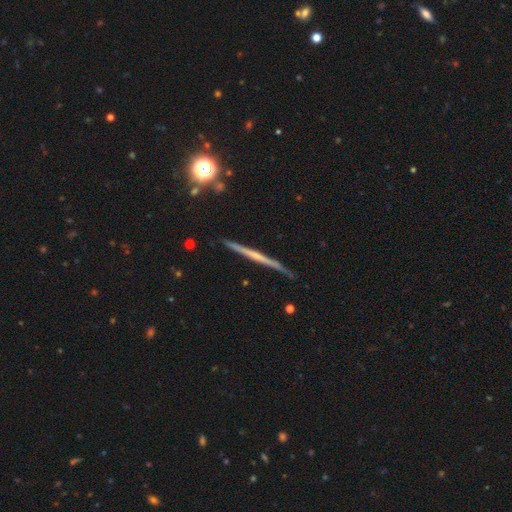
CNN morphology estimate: Smooth or featured? Predicted: featured or disk (p=0.69). Edge-on disk? Predicted: yes (p=0.98). Edge-on bulge? Predicted: none (p=0.65). Merging? Predicted: none (p=0.88).